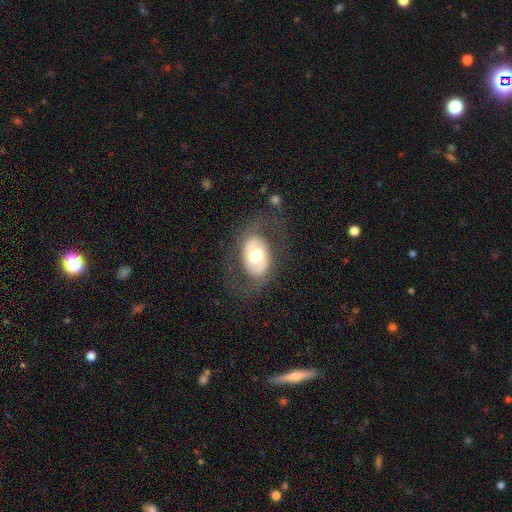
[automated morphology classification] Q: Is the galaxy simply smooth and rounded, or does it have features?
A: featured or disk — 51%.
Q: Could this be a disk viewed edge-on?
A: no — 92%.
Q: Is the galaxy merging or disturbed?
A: none — 71%.